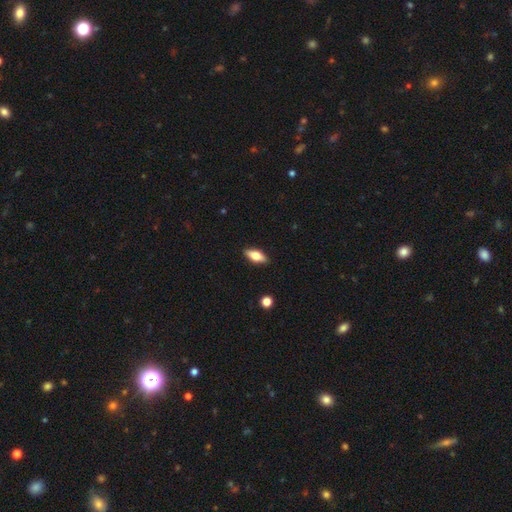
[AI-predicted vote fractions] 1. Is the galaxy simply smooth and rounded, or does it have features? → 62% smooth, 31% featured or disk, 7% star or artifact.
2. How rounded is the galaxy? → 76% in between, 21% cigar-shaped, 3% round.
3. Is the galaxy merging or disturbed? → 88% none, 9% minor disturbance, 2% major disturbance, 1% merger.